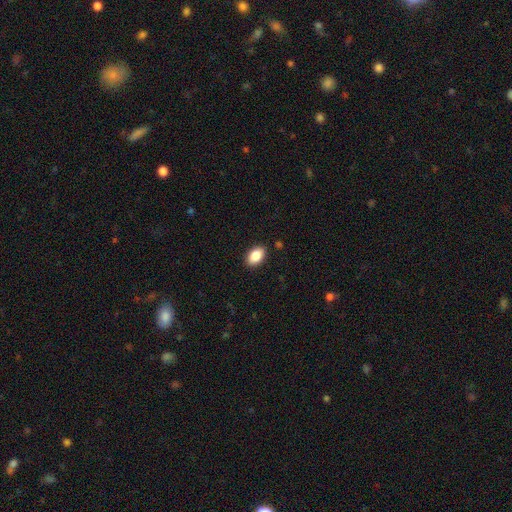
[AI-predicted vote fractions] Q: Smooth or featured?
A: smooth (87%); runner-up: star or artifact (7%)
Q: How rounded?
A: in between (89%); runner-up: round (10%)
Q: Merging?
A: none (89%); runner-up: minor disturbance (8%)